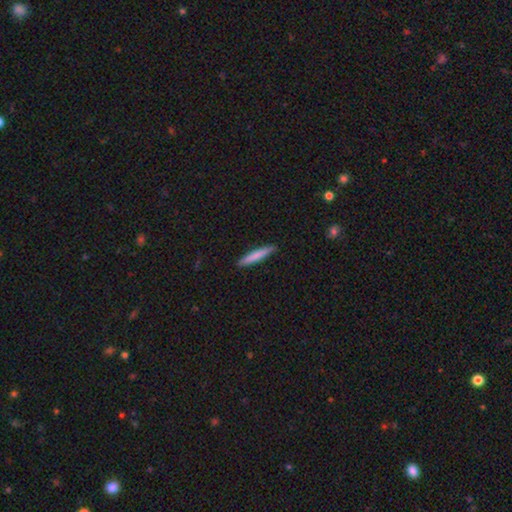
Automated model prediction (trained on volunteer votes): Smooth or featured? Predicted: smooth (p=0.76). How rounded? Predicted: cigar-shaped (p=0.93). Merging? Predicted: none (p=0.90).